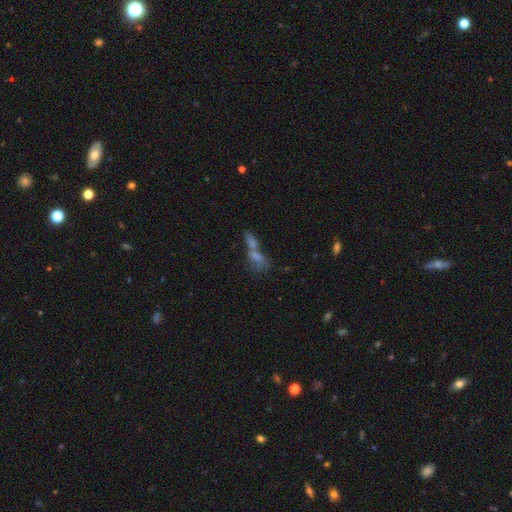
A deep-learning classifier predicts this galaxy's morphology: This appears to be a smooth galaxy with no disk features (51%) that is in between round and cigar-shaped (55%). Merging: merger (53%).